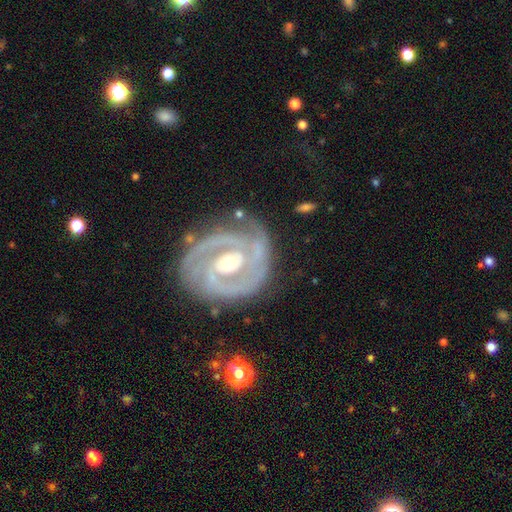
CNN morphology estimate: This appears to be a featured or disk galaxy (92%) with no bar (47%), 2 (62%) tight (67%) spiral arms (97%) and a moderate central bulge (69%). Merging: none (77%).